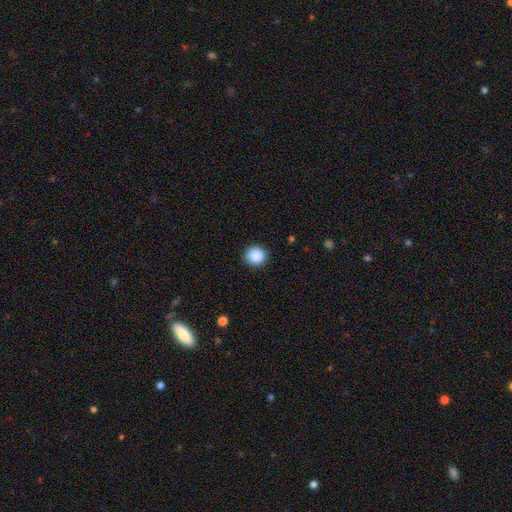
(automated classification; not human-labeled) A smooth galaxy with no disk features (89%) that is round (93%).

Vote fractions:
- Smooth or featured? smooth: 89% / star or artifact: 9% / featured or disk: 2%
- How rounded? round: 93% / in between: 6% / cigar-shaped: 1%
- Merging? none: 91% / minor disturbance: 6% / major disturbance: 2% / merger: 1%